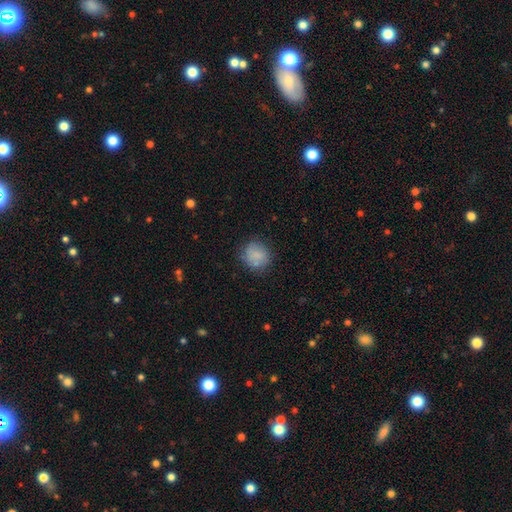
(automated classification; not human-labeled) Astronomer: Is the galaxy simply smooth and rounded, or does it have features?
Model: smooth — 82%.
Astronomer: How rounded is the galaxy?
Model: round — 82%.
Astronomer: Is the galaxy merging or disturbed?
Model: none — 76%.